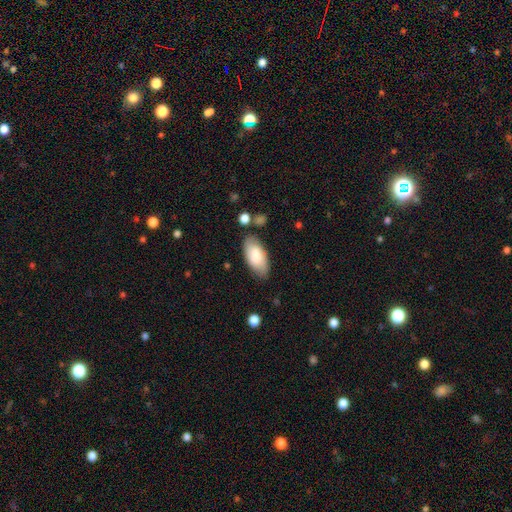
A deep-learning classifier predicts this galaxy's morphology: smooth-or-featured: smooth: 79% | featured or disk: 16% | star or artifact: 6%
  how-rounded: in between: 92% | cigar-shaped: 6% | round: 2%
  merging: none: 76% | minor disturbance: 16% | merger: 4% | major disturbance: 4%